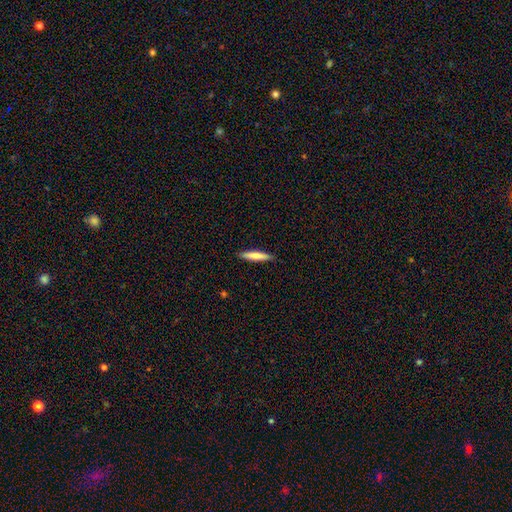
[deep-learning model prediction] Smooth or featured? Predicted: smooth (p=0.74). How rounded? Predicted: cigar-shaped (p=0.90). Merging? Predicted: none (p=0.90).